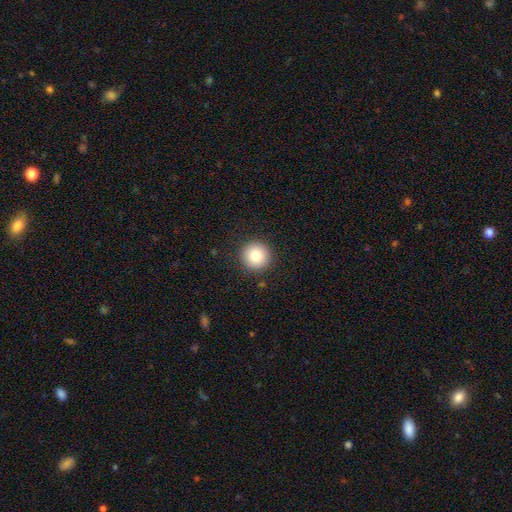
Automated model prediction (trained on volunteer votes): A smooth galaxy with no disk features (82%) that is round (96%).

Vote fractions:
- Smooth or featured? smooth: 82% / star or artifact: 10% / featured or disk: 8%
- How rounded? round: 96% / in between: 3% / cigar-shaped: 1%
- Merging? none: 92% / minor disturbance: 5% / major disturbance: 2% / merger: 1%